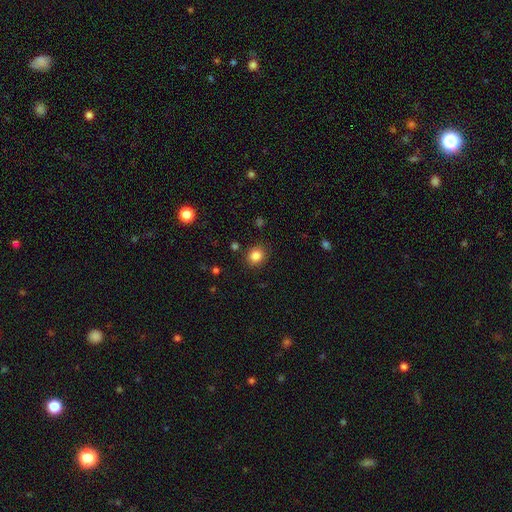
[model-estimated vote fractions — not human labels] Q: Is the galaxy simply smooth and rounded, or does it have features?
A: smooth — 85%.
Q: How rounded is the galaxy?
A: round — 77%.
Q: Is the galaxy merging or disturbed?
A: none — 87%.